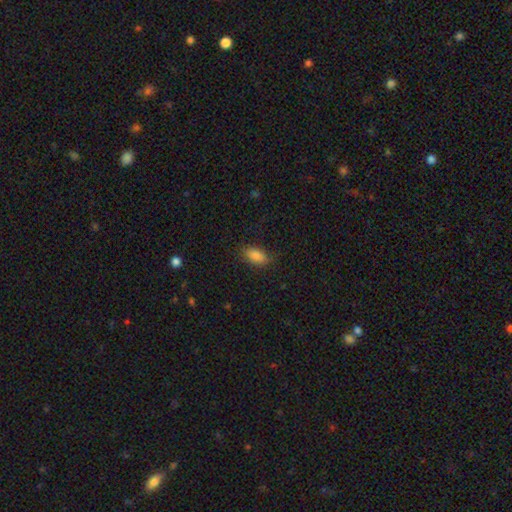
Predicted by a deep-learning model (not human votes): Smooth or featured: smooth — 86% (star or artifact — 9%)
How rounded: in between — 90% (cigar-shaped — 5%)
Merging: none — 82% (minor disturbance — 14%)